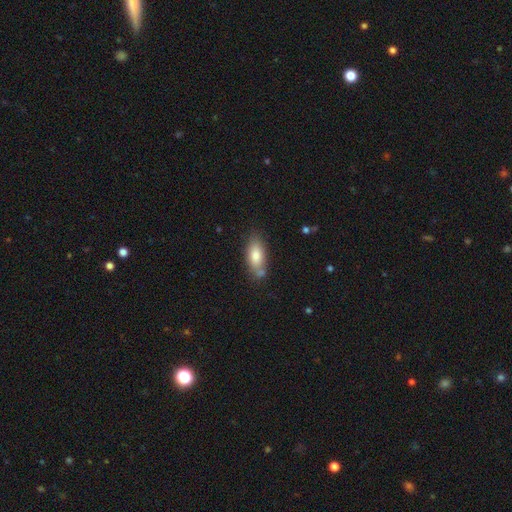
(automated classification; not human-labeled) The model was most divided on "merging": none: 69%, minor disturbance: 18%, merger: 9%, major disturbance: 4%. More confident: how rounded — in between (81%); smooth or featured — smooth (77%).